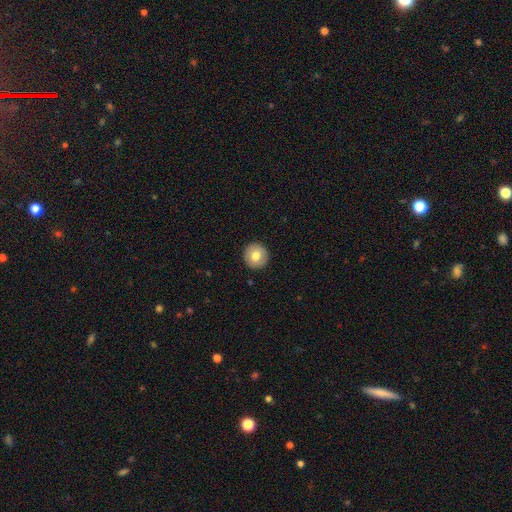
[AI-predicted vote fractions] This appears to be a smooth galaxy with no disk features (76%) that is round (95%). Merging: none (92%).